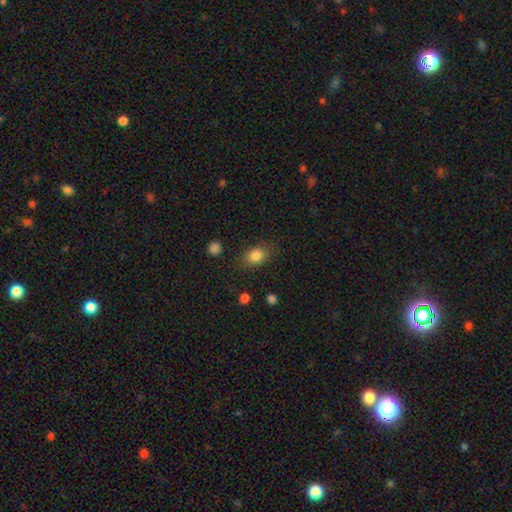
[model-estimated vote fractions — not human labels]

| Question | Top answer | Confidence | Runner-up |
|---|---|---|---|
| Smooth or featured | smooth | 83% | star or artifact (10%) |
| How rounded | in between | 60% | round (38%) |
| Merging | none | 80% | minor disturbance (14%) |